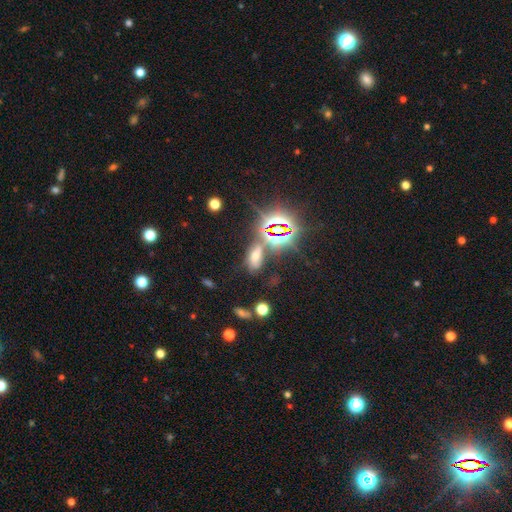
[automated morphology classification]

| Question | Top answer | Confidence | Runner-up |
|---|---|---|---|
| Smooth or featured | star or artifact | 47% | smooth (39%) |